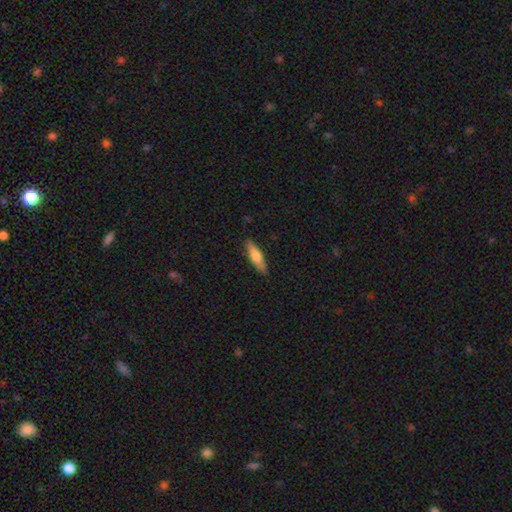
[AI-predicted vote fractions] Smooth or featured?
  - smooth: 68% *
  - featured or disk: 27%
  - star or artifact: 6%
How rounded?
  - cigar-shaped: 68% *
  - in between: 30%
  - round: 2%
Merging?
  - none: 88% *
  - minor disturbance: 9%
  - major disturbance: 2%
  - merger: 1%